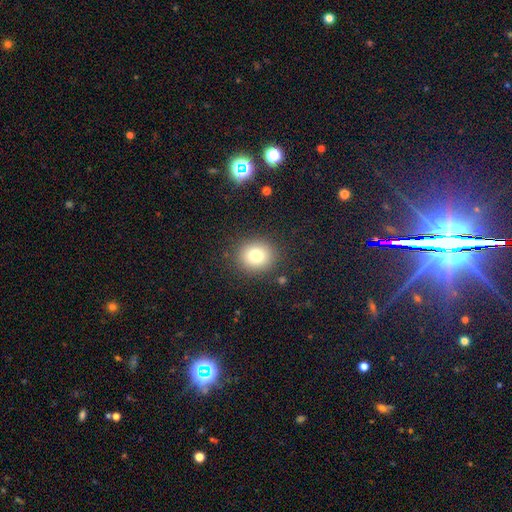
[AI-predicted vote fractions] A smooth galaxy with no disk features (78%) that is round (79%). Merging: none (87%).